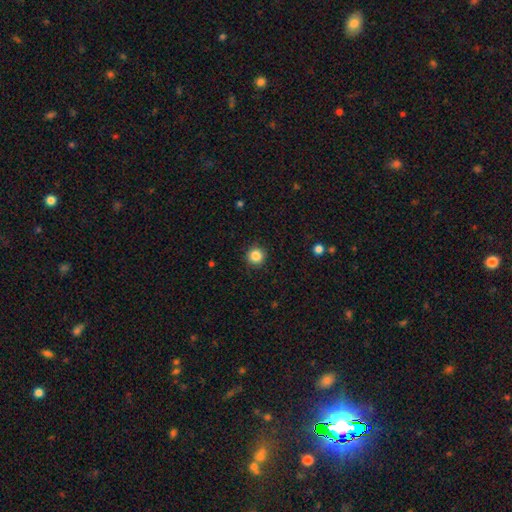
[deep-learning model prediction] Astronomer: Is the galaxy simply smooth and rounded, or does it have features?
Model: smooth — 85%.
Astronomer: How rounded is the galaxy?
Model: round — 95%.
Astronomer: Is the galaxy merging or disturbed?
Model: none — 91%.